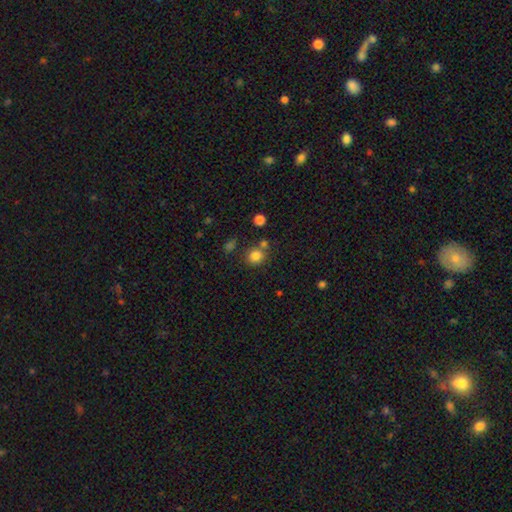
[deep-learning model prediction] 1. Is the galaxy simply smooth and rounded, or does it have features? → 81% smooth, 13% star or artifact, 6% featured or disk.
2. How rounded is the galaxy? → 81% round, 18% in between, 1% cigar-shaped.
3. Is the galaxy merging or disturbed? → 71% none, 15% merger, 10% minor disturbance, 4% major disturbance.